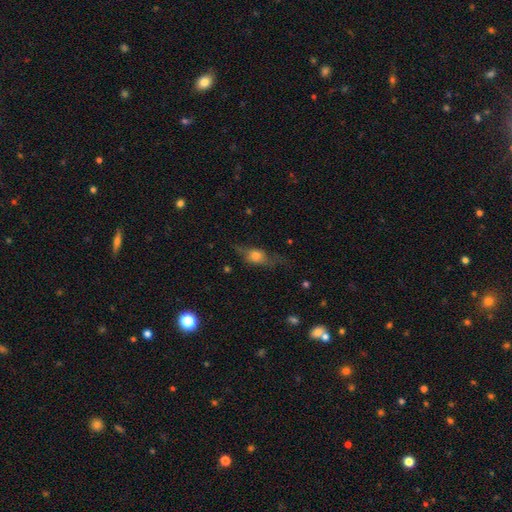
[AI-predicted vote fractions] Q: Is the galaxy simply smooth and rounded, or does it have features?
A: smooth — 51%.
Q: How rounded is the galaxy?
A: in between — 56%.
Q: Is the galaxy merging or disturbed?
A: none — 55%.